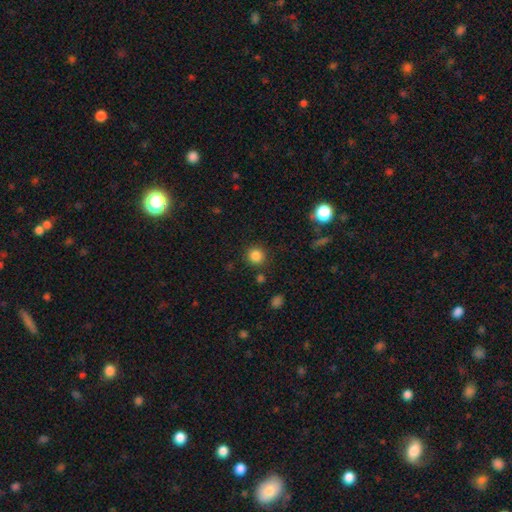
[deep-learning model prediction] Smooth or featured?
  - smooth: 84% *
  - star or artifact: 12%
  - featured or disk: 4%
How rounded?
  - round: 93% *
  - in between: 6%
  - cigar-shaped: 1%
Merging?
  - none: 87% *
  - minor disturbance: 7%
  - merger: 3%
  - major disturbance: 3%